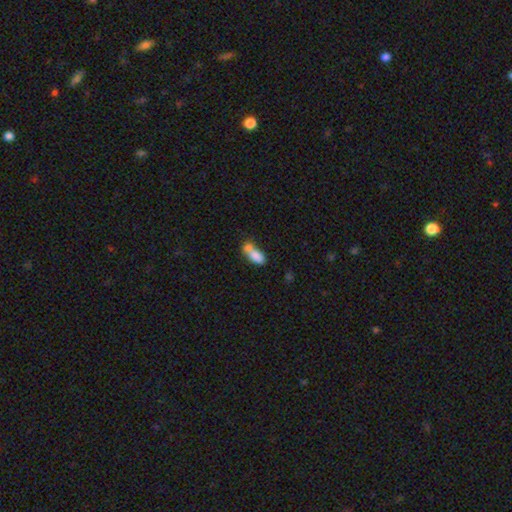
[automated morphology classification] Overall: smooth (79%). How rounded: in between (85%). Merging: merger (59%; none 25%).